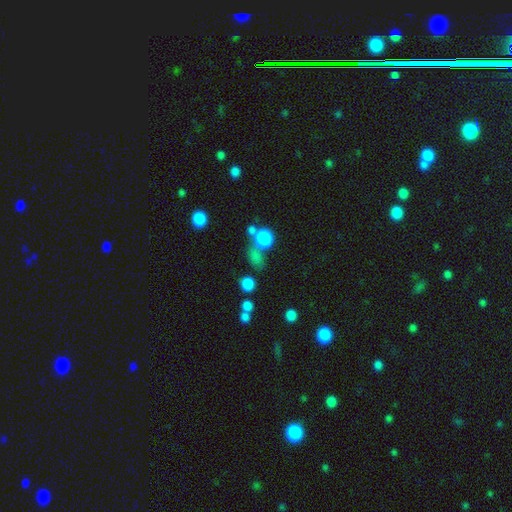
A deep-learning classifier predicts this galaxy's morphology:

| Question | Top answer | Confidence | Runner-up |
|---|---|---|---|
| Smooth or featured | smooth | 73% | star or artifact (18%) |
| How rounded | round | 66% | in between (31%) |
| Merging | none | 48% | merger (25%) |